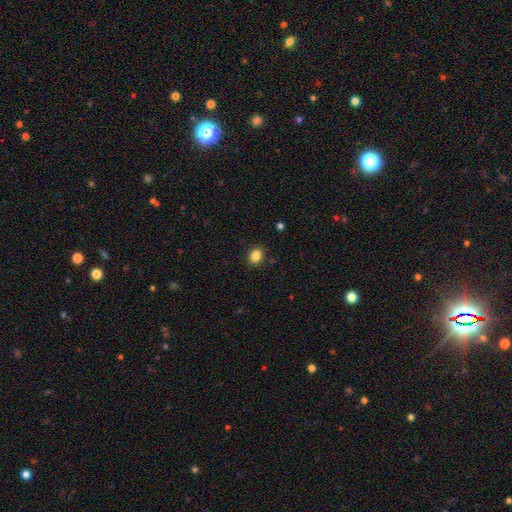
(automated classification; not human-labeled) Smooth or featured?
  - smooth: 85% *
  - star or artifact: 10%
  - featured or disk: 5%
How rounded?
  - in between: 51% *
  - round: 48%
  - cigar-shaped: 1%
Merging?
  - none: 88% *
  - minor disturbance: 8%
  - major disturbance: 2%
  - merger: 1%